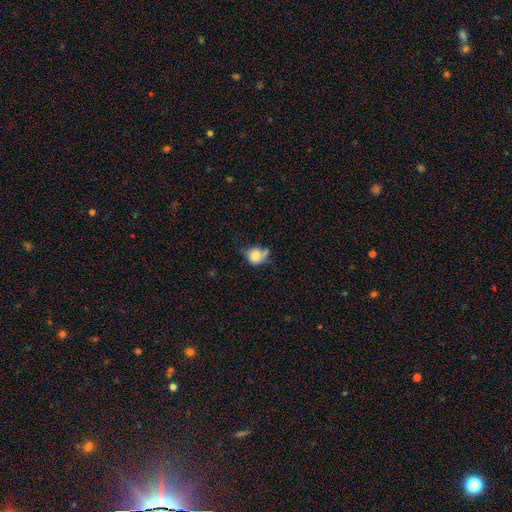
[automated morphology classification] Smooth or featured?
  - smooth: 76% *
  - featured or disk: 14%
  - star or artifact: 10%
How rounded?
  - round: 70% *
  - in between: 29%
  - cigar-shaped: 1%
Merging?
  - none: 39% *
  - minor disturbance: 34%
  - major disturbance: 15%
  - merger: 12%